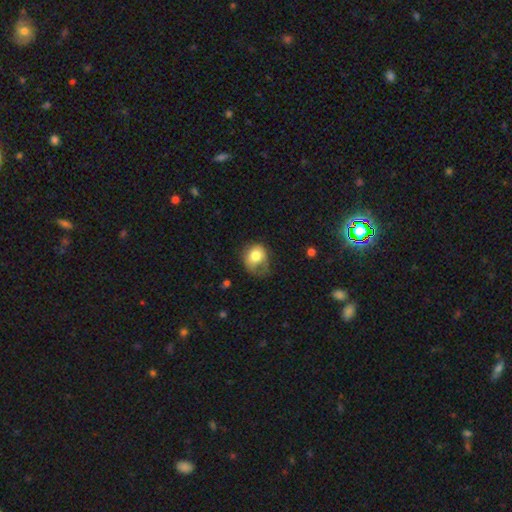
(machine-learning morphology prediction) smooth-or-featured: smooth: 74% | featured or disk: 18% | star or artifact: 9%
  how-rounded: round: 57% | in between: 43% | cigar-shaped: 1%
  merging: minor disturbance: 35% | major disturbance: 33% | none: 30% | merger: 3%